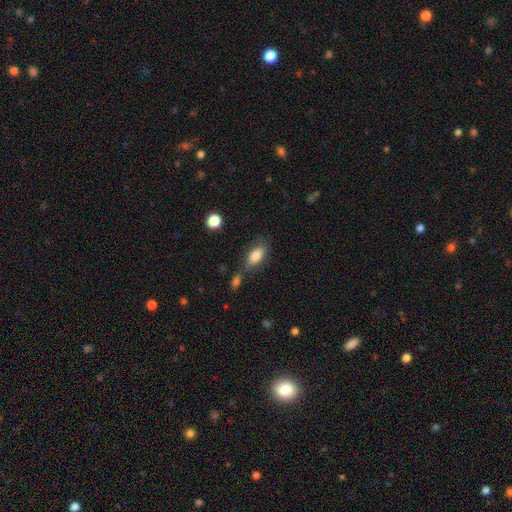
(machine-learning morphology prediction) The model was most divided on "merging": none: 63%, minor disturbance: 19%, merger: 12%, major disturbance: 7%. More confident: how rounded — in between (89%); smooth or featured — smooth (80%).